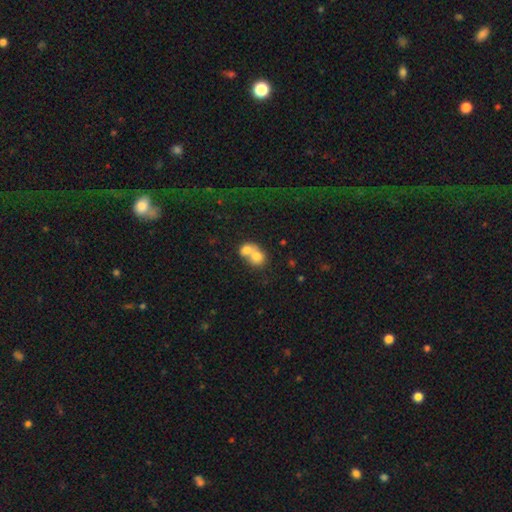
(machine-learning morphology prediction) Q: Smooth or featured?
A: smooth (70%); runner-up: featured or disk (21%)
Q: How rounded?
A: round (60%); runner-up: in between (39%)
Q: Merging?
A: merger (74%); runner-up: none (18%)